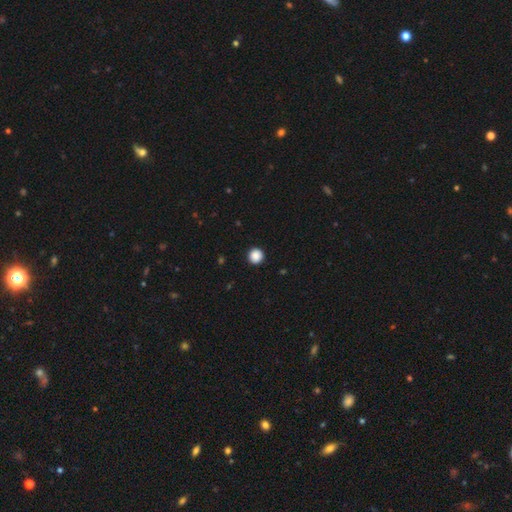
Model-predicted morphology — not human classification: Overall: smooth (88%). How rounded: round (95%). Merging: none (93%).